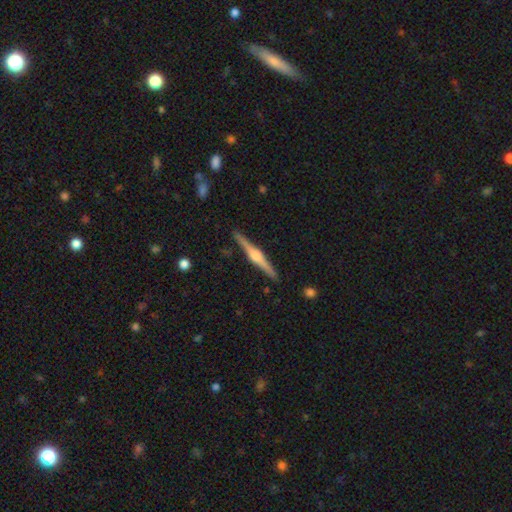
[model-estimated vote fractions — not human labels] This appears to be a featured or disk galaxy (80%) viewed edge-on (99%) with a rounded central bulge (87%). Merging: none (92%).